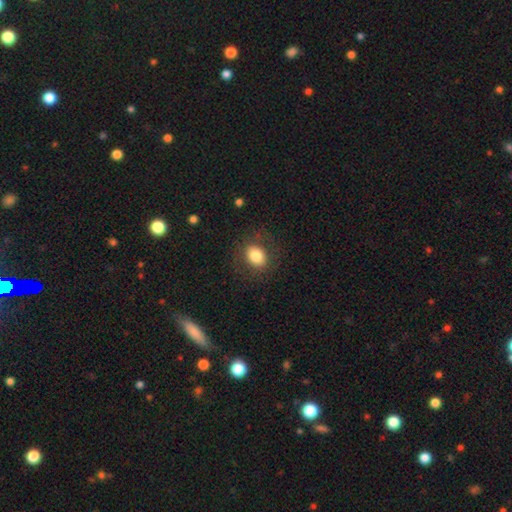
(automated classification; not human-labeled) Overall: smooth (80%). How rounded: round (53%; in between 46%). Merging: none (81%).